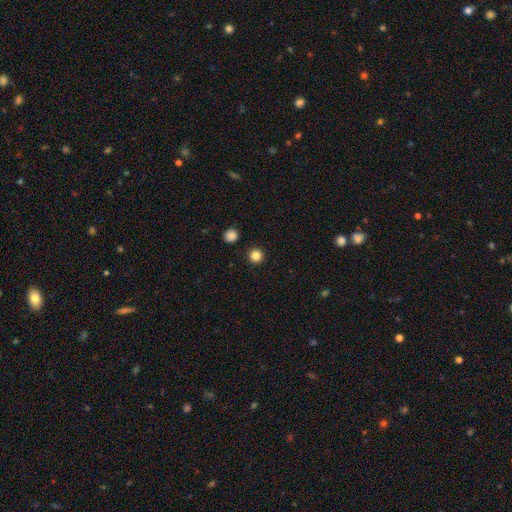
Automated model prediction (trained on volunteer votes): A smooth galaxy with no disk features (84%) that is round (96%). Merging: none (93%).